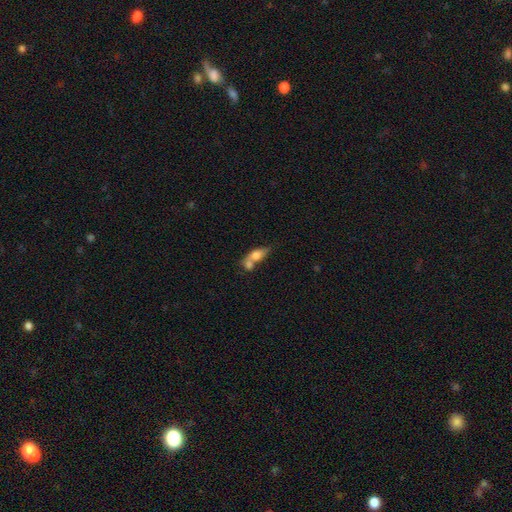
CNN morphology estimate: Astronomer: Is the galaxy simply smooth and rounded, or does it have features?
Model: smooth — 63%.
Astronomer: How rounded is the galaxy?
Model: in between — 67%.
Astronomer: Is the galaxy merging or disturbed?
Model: merger — 56%.